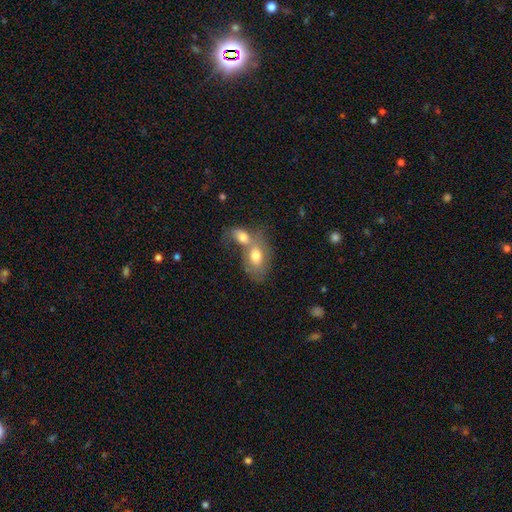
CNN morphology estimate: Smooth or featured? smooth (67%)
How rounded? in between (85%)
Merging? merger (69%)